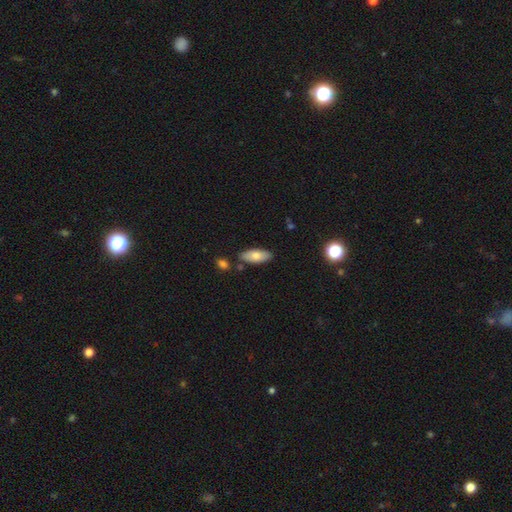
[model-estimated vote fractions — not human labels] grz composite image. It shows a smooth galaxy with no disk features (76%) that is in between round and cigar-shaped (82%). Merging: none (82%).